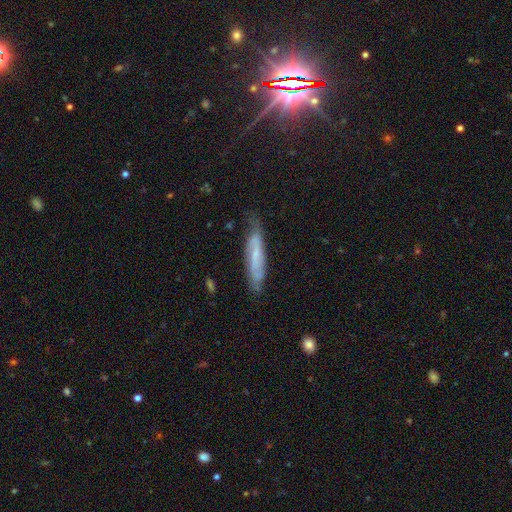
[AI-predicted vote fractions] featured or disk 56%, smooth 36%, star or artifact 8%. Down the decision tree: edge-on disk — no (56%); merging — none (68%).